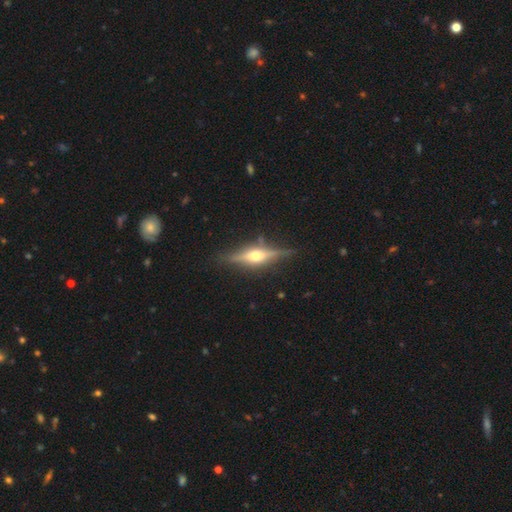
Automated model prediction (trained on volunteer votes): This is likely a featured or disk galaxy (77%). It is clearly viewed edge-on (96%). Edge-on bulge: clearly rounded (93%). Merging: clearly none (85%).